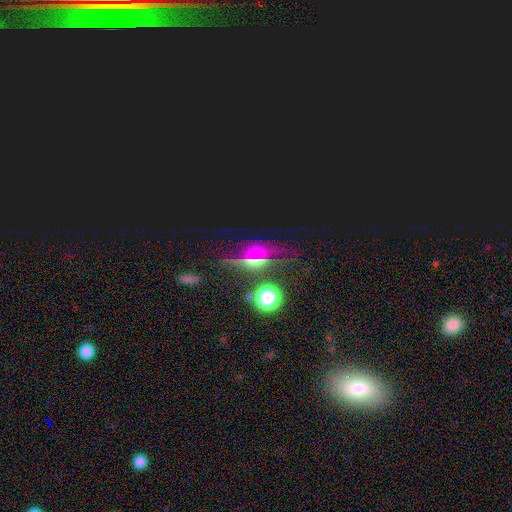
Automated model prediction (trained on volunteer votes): Smooth or featured? Predicted: star or artifact (p=0.49).